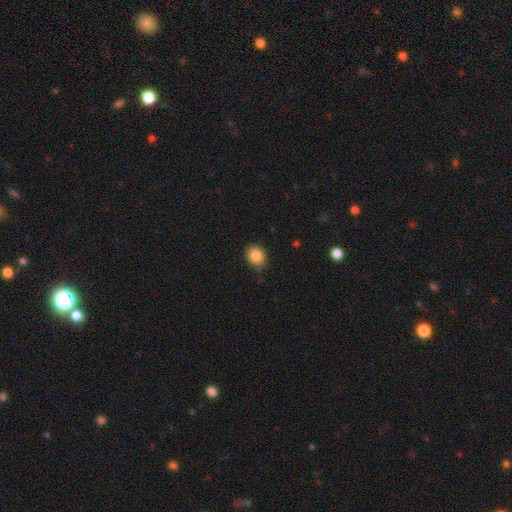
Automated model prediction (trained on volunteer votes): This appears to be a smooth galaxy with no disk features (84%) that is round (60%). Merging: none (76%).